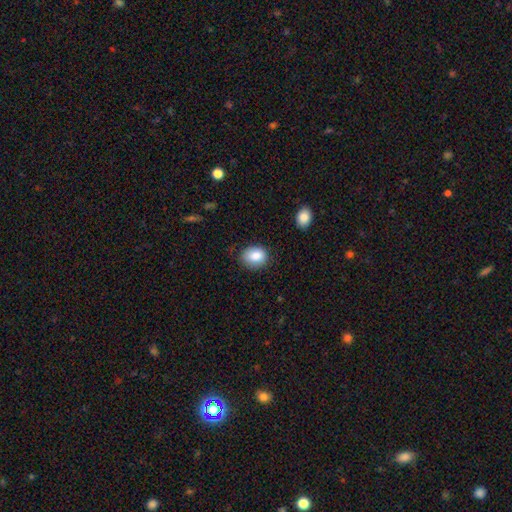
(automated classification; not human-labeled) Smooth or featured? Predicted: smooth (p=0.86). How rounded? Predicted: round (p=0.53). Merging? Predicted: none (p=0.77).